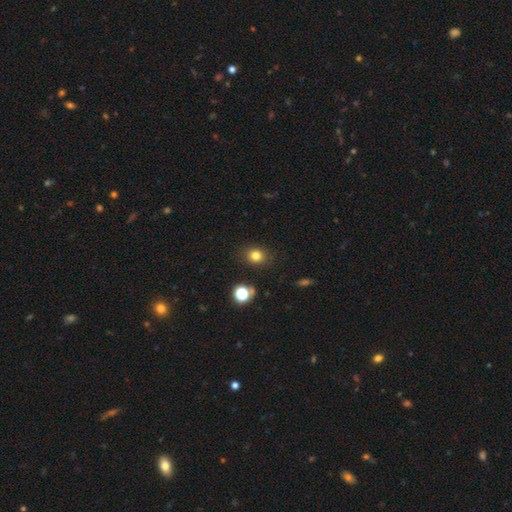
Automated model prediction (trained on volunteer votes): A smooth galaxy with no disk features (79%) that is round (70%).

Vote fractions:
- Smooth or featured? smooth: 79% / star or artifact: 15% / featured or disk: 7%
- How rounded? round: 70% / in between: 30% / cigar-shaped: 1%
- Merging? none: 86% / minor disturbance: 9% / major disturbance: 3% / merger: 2%